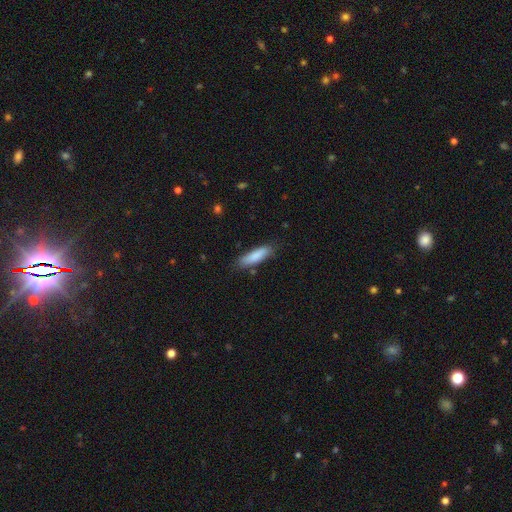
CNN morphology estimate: smooth_or_featured: smooth (p=0.85) [alt: featured or disk p=0.09]
how_rounded: cigar-shaped (p=0.63) [alt: in between p=0.35]
merging: none (p=0.79) [alt: minor disturbance p=0.15]